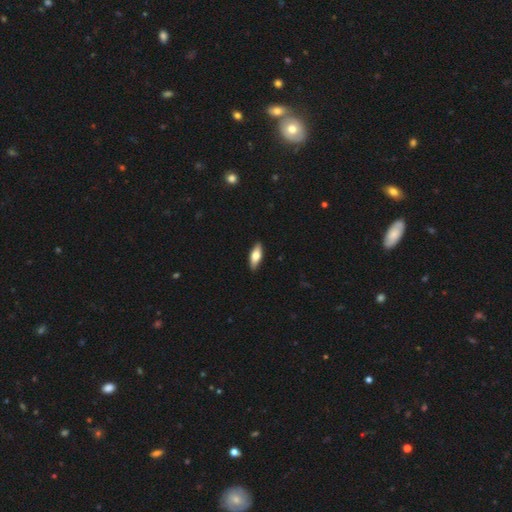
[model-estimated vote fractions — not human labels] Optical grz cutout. It shows a smooth galaxy with no disk features (66%) that is in between round and cigar-shaped (65%). Merging: none (89%).